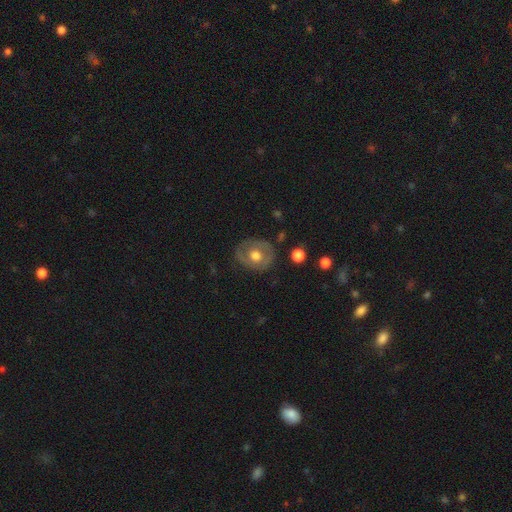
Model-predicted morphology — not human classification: A smooth galaxy with no disk features (47%, tied with featured or disk).

Vote fractions:
- Smooth or featured? smooth: 47% (tied) / featured or disk: 47% (tied) / star or artifact: 7%
- Merging? none: 78% / minor disturbance: 15% / major disturbance: 6% / merger: 2%